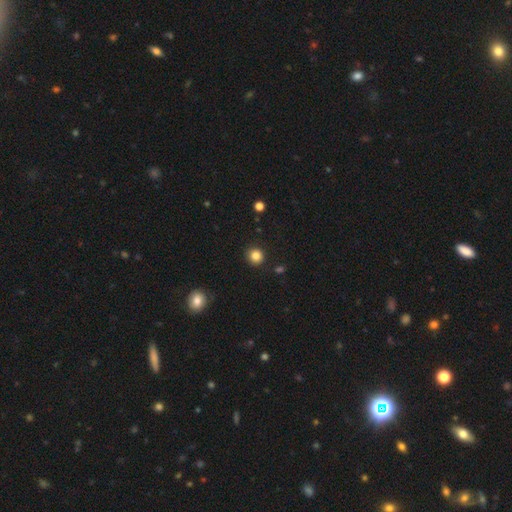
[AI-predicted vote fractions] Morphology: type=smooth (85%); roundness=round (90%); merging=none (90%).